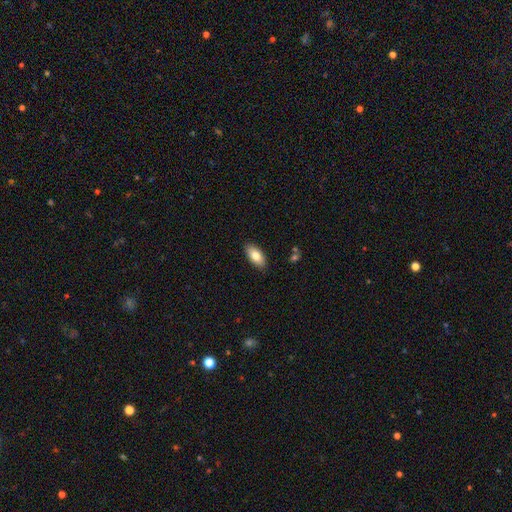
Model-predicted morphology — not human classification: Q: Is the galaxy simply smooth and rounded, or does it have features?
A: smooth — 81%.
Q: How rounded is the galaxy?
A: in between — 90%.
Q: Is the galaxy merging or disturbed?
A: none — 88%.